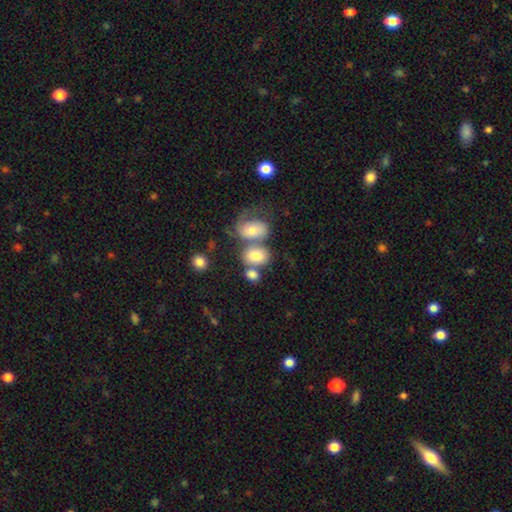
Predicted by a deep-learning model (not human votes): Smooth or featured: smooth — 70% (featured or disk — 21%)
How rounded: in between — 73% (round — 26%)
Merging: merger — 53% (none — 27%)